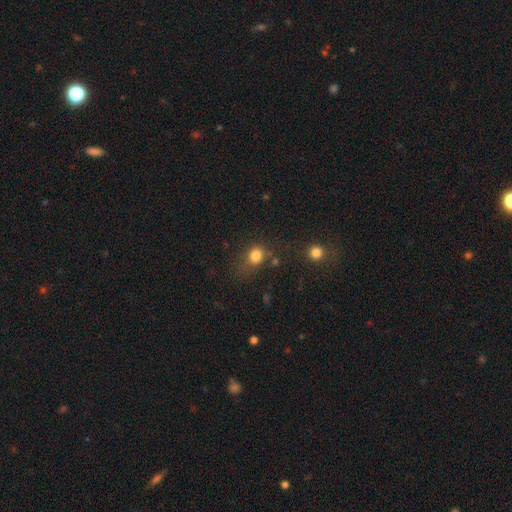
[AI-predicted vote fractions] This appears to be a smooth galaxy with no disk features (81%) that is round (59%). Merging: none (62%).